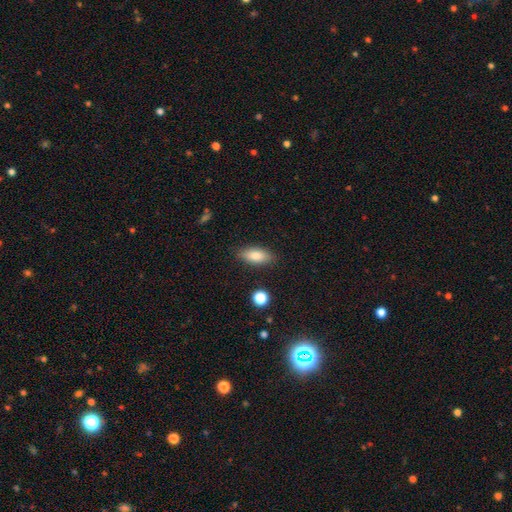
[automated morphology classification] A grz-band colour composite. It shows a smooth galaxy with no disk features (83%) that is in between round and cigar-shaped (82%). Merging: none (84%).